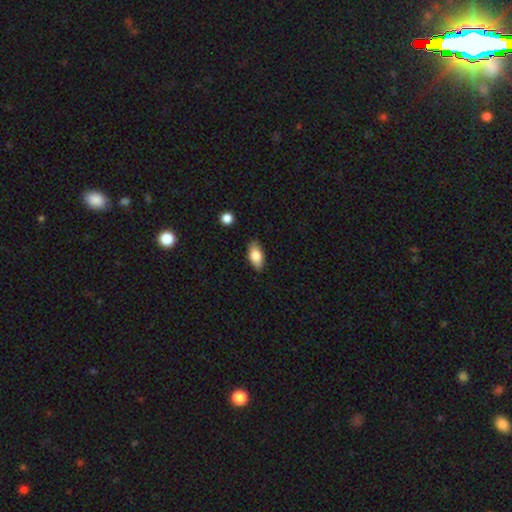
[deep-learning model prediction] Smooth or featured?
  - smooth: 76% *
  - featured or disk: 17%
  - star or artifact: 7%
How rounded?
  - in between: 88% *
  - cigar-shaped: 7%
  - round: 4%
Merging?
  - none: 84% *
  - minor disturbance: 12%
  - major disturbance: 2%
  - merger: 2%